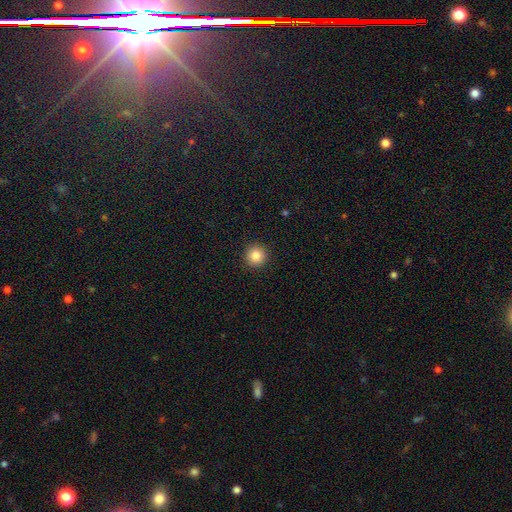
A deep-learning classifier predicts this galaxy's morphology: Smooth or featured: smooth — 85% (star or artifact — 10%)
How rounded: round — 95% (in between — 4%)
Merging: none — 92% (minor disturbance — 5%)